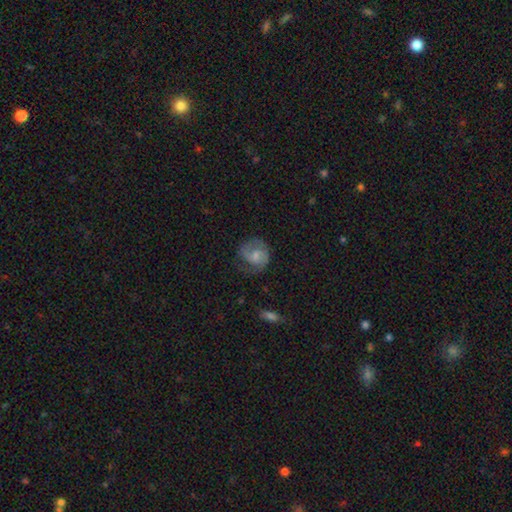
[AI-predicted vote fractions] Smooth or featured: featured or disk — 49% (smooth — 44%)
Merging: none — 54% (minor disturbance — 27%)